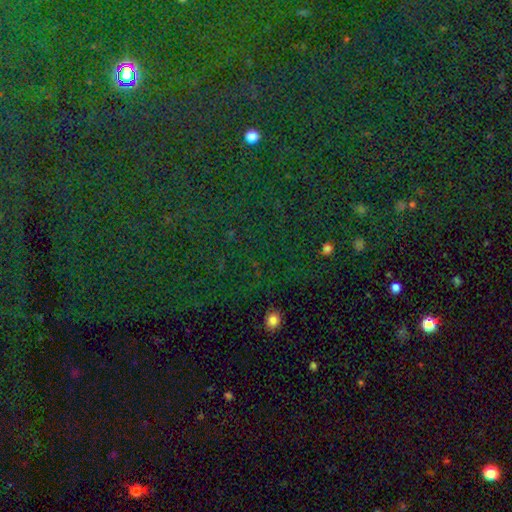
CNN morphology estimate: smooth_or_featured: star or artifact (p=0.82) [alt: smooth p=0.10]